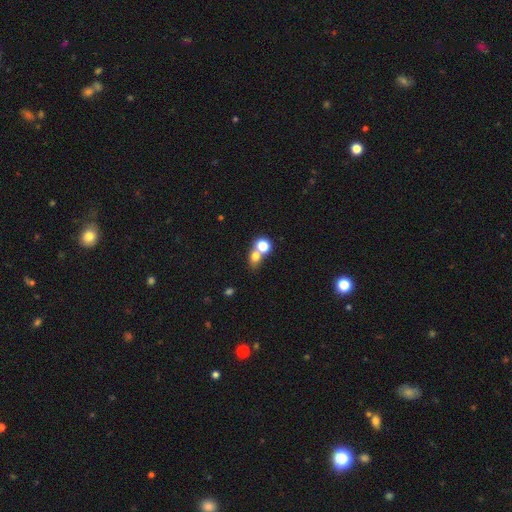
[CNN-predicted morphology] This appears to be a smooth galaxy with no disk features (72%) that is round (63%). Merging: merger (49%).